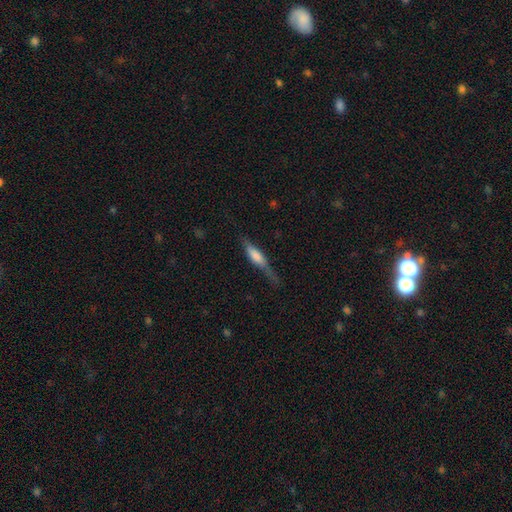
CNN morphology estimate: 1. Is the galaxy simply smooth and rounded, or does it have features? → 48% smooth, 45% featured or disk, 7% star or artifact.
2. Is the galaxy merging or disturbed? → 62% none, 25% minor disturbance, 10% major disturbance, 2% merger.